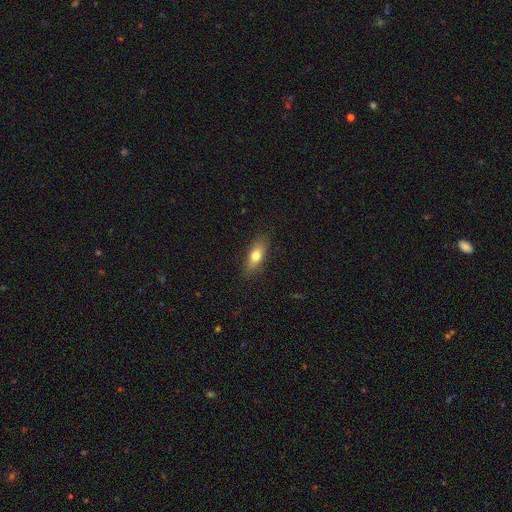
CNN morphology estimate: A smooth galaxy with no disk features (71%) that is in between round and cigar-shaped (68%).

Vote fractions:
- Smooth or featured? smooth: 71% / featured or disk: 21% / star or artifact: 8%
- How rounded? in between: 68% / cigar-shaped: 27% / round: 5%
- Merging? none: 84% / minor disturbance: 12% / major disturbance: 3% / merger: 1%